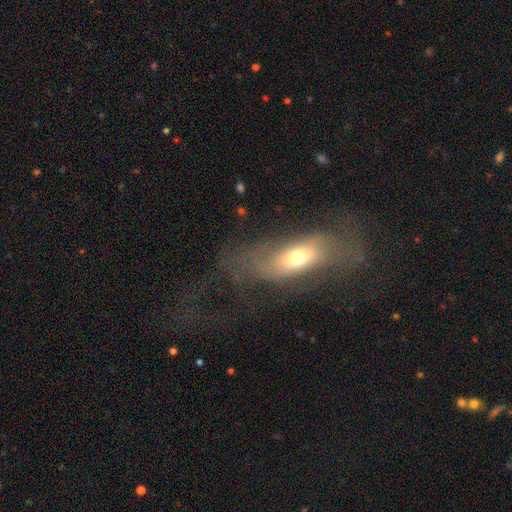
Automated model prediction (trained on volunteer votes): featured or disk 50%, smooth 37%, star or artifact 13%. Down the decision tree: merging — major disturbance (41%).